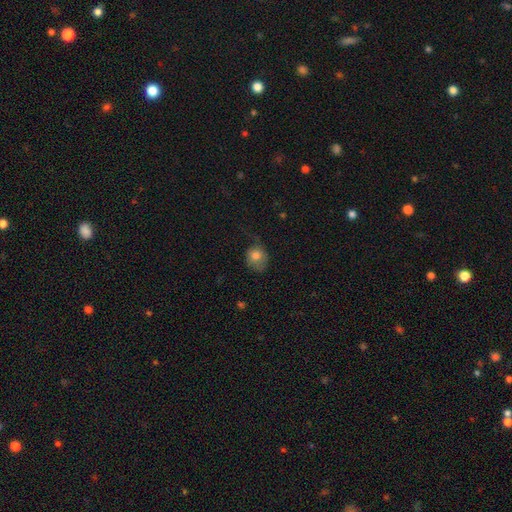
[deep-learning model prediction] A smooth galaxy with no disk features (77%) that is round (63%).

Vote fractions:
- Smooth or featured? smooth: 77% / featured or disk: 14% / star or artifact: 9%
- How rounded? round: 63% / in between: 36% / cigar-shaped: 1%
- Merging? none: 48% / minor disturbance: 32% / major disturbance: 18% / merger: 2%